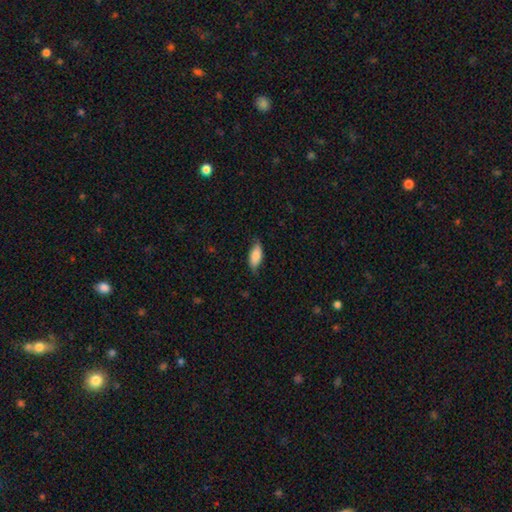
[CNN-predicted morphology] smooth-or-featured: smooth: 80% | featured or disk: 14% | star or artifact: 6%
  how-rounded: in between: 81% | cigar-shaped: 16% | round: 3%
  merging: none: 72% | minor disturbance: 23% | major disturbance: 4% | merger: 1%